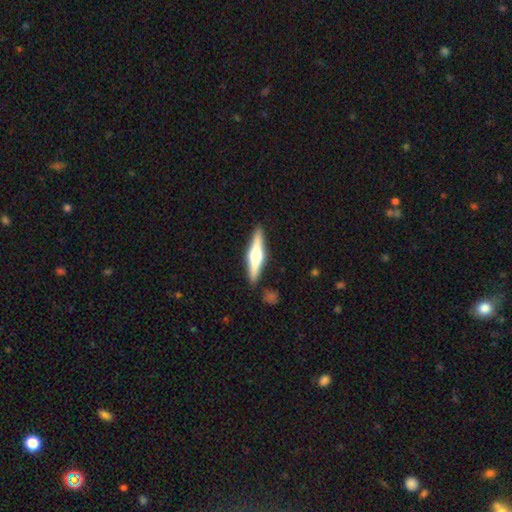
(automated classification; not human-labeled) Smooth or featured? featured or disk (65%)
Edge-on disk? yes (97%)
Edge-on bulge? rounded (92%)
Merging? none (89%)